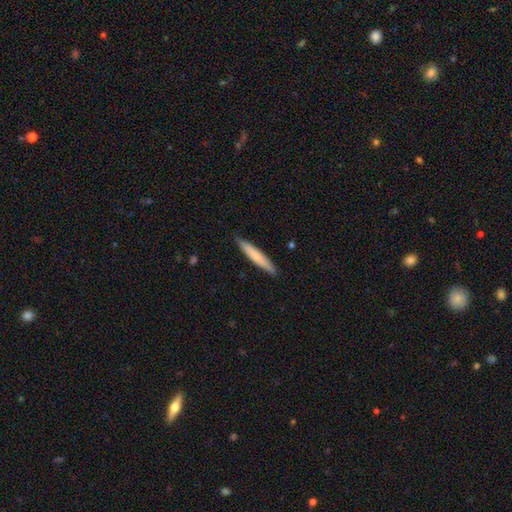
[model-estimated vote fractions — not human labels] A smooth galaxy with no disk features (69%) that is cigar-shaped (93%).

Vote fractions:
- Smooth or featured? smooth: 69% / featured or disk: 26% / star or artifact: 5%
- How rounded? cigar-shaped: 93% / in between: 6% / round: 1%
- Merging? none: 89% / minor disturbance: 8% / major disturbance: 1% / merger: 1%